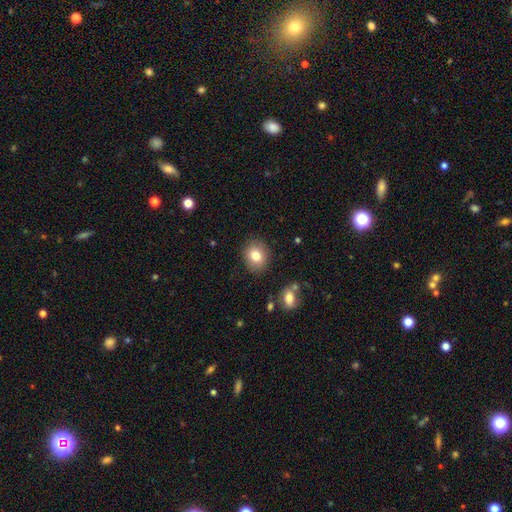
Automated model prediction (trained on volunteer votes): Morphology: type=smooth (79%); roundness=round (62%); merging=none (86%).